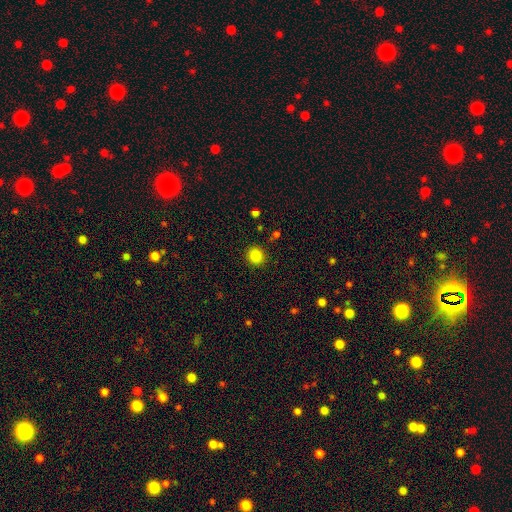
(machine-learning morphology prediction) Smooth or featured?
  - smooth: 86% *
  - star or artifact: 11%
  - featured or disk: 3%
How rounded?
  - round: 88% *
  - in between: 11%
  - cigar-shaped: 1%
Merging?
  - none: 90% *
  - minor disturbance: 6%
  - major disturbance: 2%
  - merger: 1%